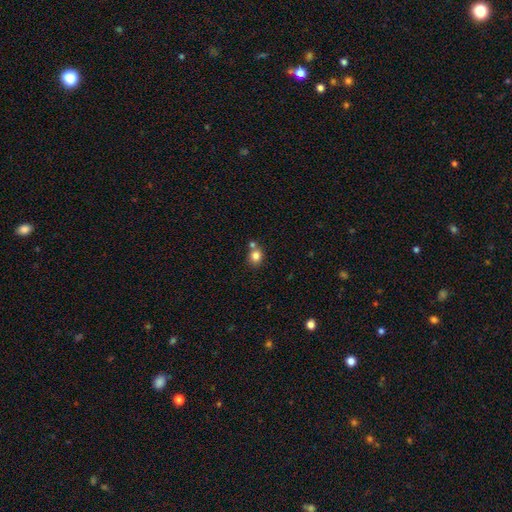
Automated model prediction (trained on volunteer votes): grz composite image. It shows a smooth galaxy with no disk features (82%) that is round (74%). Merging: none (61%).